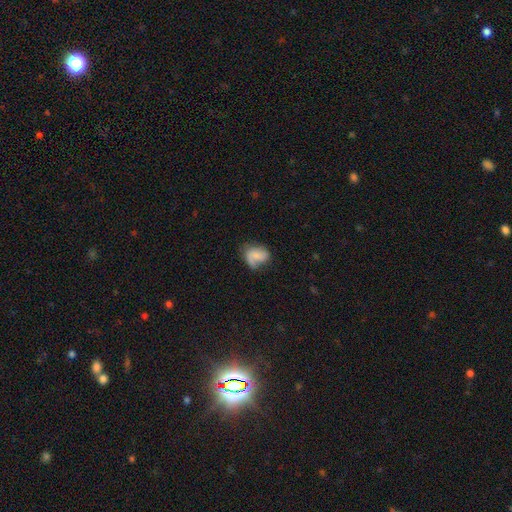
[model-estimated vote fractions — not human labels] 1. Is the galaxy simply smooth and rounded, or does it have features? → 52% smooth, 39% featured or disk, 8% star or artifact.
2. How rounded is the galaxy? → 67% in between, 32% round, 1% cigar-shaped.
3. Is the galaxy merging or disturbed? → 44% none, 31% minor disturbance, 22% major disturbance, 3% merger.